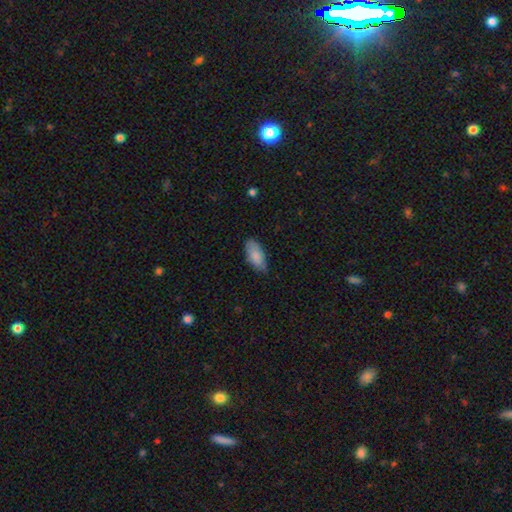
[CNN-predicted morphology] smooth-or-featured: smooth: 85% | featured or disk: 9% | star or artifact: 6%
  how-rounded: in between: 90% | cigar-shaped: 8% | round: 2%
  merging: none: 70% | minor disturbance: 25% | major disturbance: 3% | merger: 1%